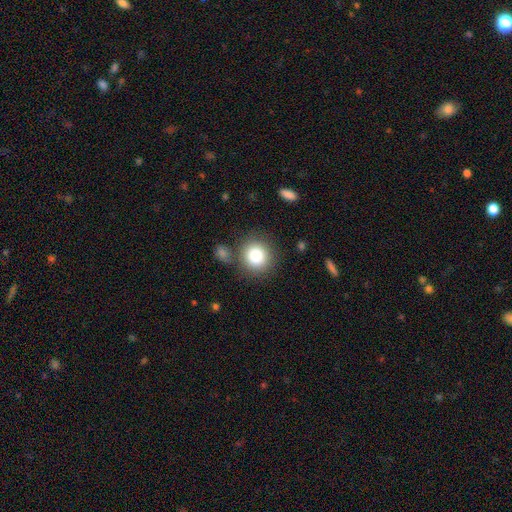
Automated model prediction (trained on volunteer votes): Overall: smooth (84%). How rounded: round (89%). Merging: none (78%).